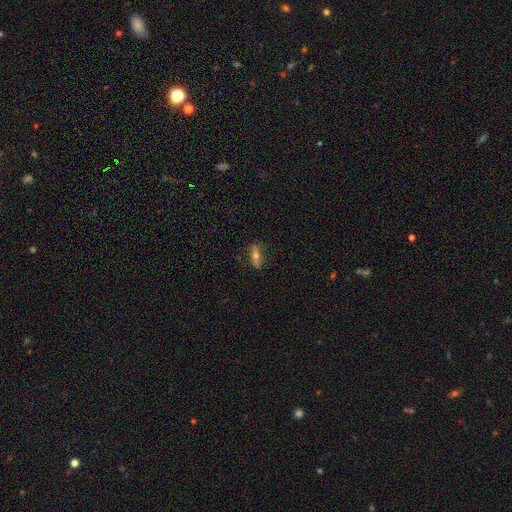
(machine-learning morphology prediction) Smooth or featured? Predicted: smooth (p=0.49). Merging? Predicted: none (p=0.84).